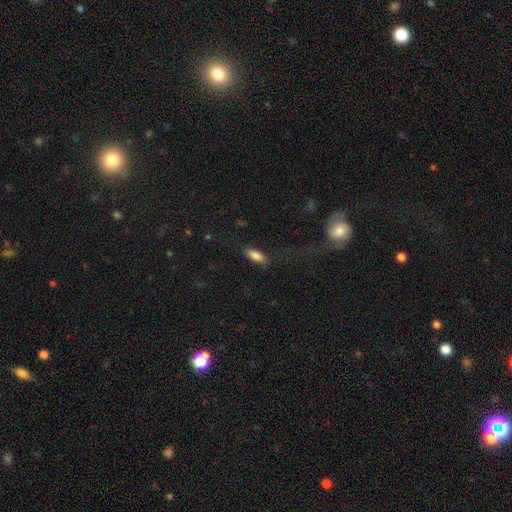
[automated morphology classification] This is clearly a smooth galaxy (82%). How rounded: likely in between (69%). Merging: likely none (80%).